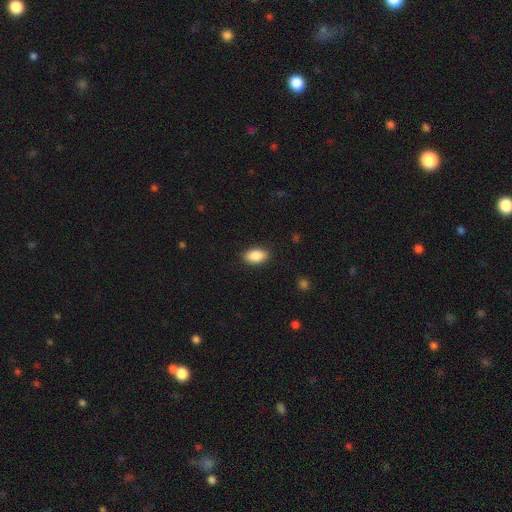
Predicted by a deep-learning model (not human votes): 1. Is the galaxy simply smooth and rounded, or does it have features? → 88% smooth, 7% star or artifact, 5% featured or disk.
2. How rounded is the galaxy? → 92% in between, 6% round, 2% cigar-shaped.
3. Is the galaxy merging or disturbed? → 88% none, 9% minor disturbance, 2% major disturbance, 1% merger.